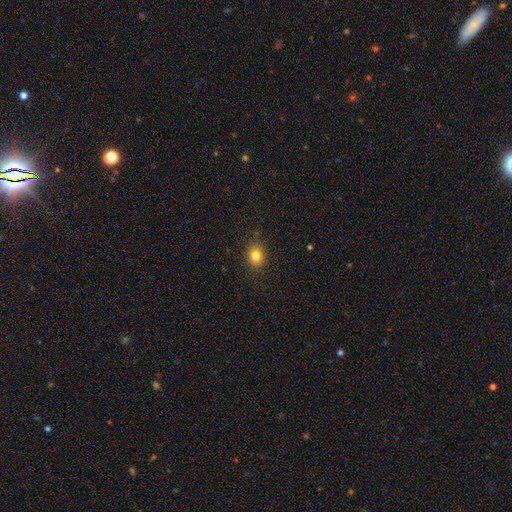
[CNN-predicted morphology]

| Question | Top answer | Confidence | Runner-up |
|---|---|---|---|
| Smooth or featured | smooth | 82% | star or artifact (11%) |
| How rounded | round | 60% | in between (39%) |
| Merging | none | 85% | minor disturbance (11%) |